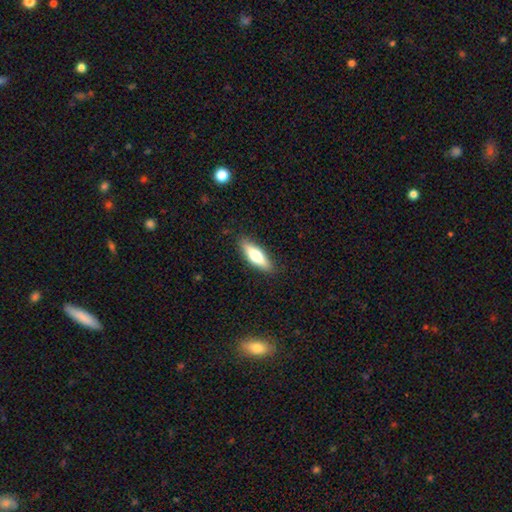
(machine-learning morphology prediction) smooth_or_featured: smooth (p=0.63) [alt: featured or disk p=0.31]
how_rounded: in between (p=0.51) [alt: cigar-shaped p=0.47]
merging: none (p=0.87) [alt: minor disturbance p=0.10]